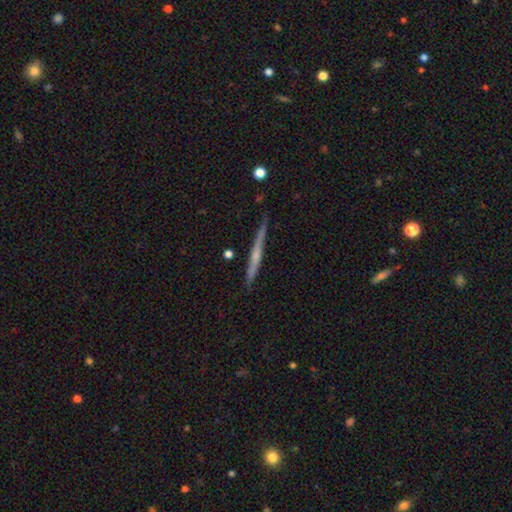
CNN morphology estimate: featured or disk 62%, smooth 32%, star or artifact 6%. Down the decision tree: edge-on disk — yes (98%); edge-on bulge — none (50%); merging — none (87%).